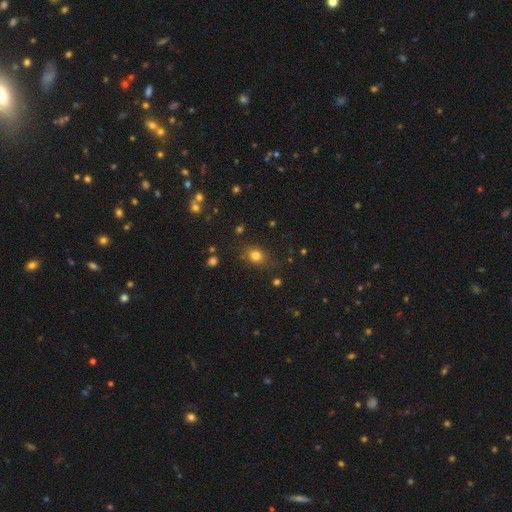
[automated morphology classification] smooth_or_featured: smooth (p=0.77) [alt: star or artifact p=0.15]
how_rounded: round (p=0.54) [alt: in between p=0.45]
merging: none (p=0.78) [alt: minor disturbance p=0.15]